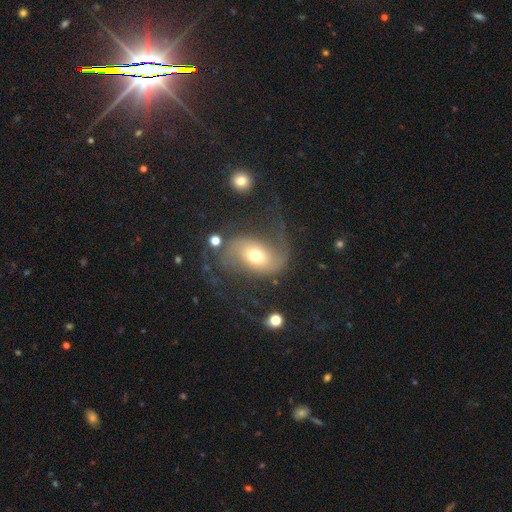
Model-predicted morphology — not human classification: A featured or disk galaxy (72%) with no bar (62%), 2 (86%) loose (64%) spiral arms (89%) and a moderate central bulge (66%).

Vote fractions:
- Smooth or featured? featured or disk: 72% / smooth: 20% / star or artifact: 8%
- Edge-on disk? no: 96% / yes: 4%
- Bar? no: 62% / weak: 27% / strong: 11%
- Spiral arms? yes: 89% / no: 11%
- Spiral winding? loose: 64% / medium: 28% / tight: 7%
- Spiral arm count? 2: 86% / 1: 6% / can't tell: 4% / 3: 1% / 4: 1% / more than 4: 1%
- Bulge size? moderate: 66% / small: 20% / large: 10% / dominant: 2% / none: 1%
- Merging? none: 53% / major disturbance: 26% / minor disturbance: 17% / merger: 4%